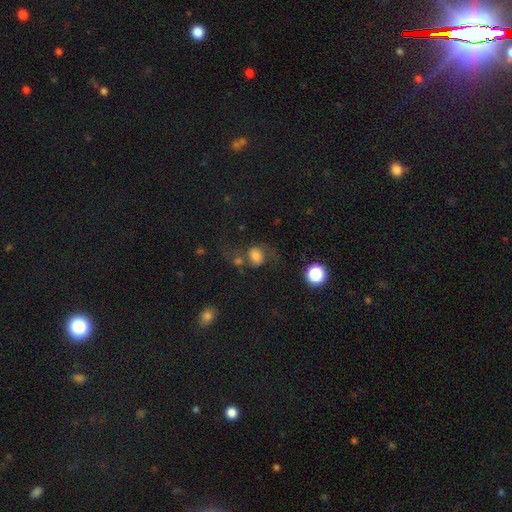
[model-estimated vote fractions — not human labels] This appears to be a smooth galaxy with no disk features (66%) that is in between round and cigar-shaped (49%, tied with round). Merging: none (44%).